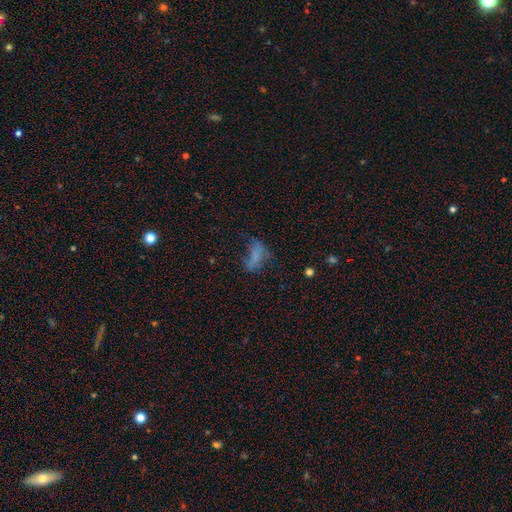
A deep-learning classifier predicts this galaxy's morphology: A smooth galaxy with no disk features (49%). Merging: major disturbance (41%).